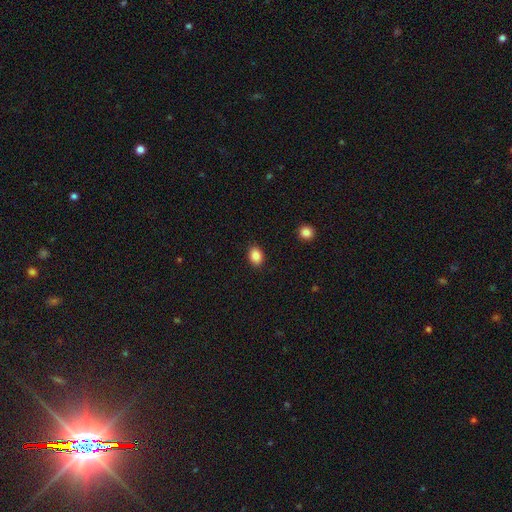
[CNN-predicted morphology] smooth-or-featured: smooth: 88% | star or artifact: 9% | featured or disk: 3%
  how-rounded: in between: 69% | round: 30% | cigar-shaped: 1%
  merging: none: 89% | minor disturbance: 7% | major disturbance: 2% | merger: 1%